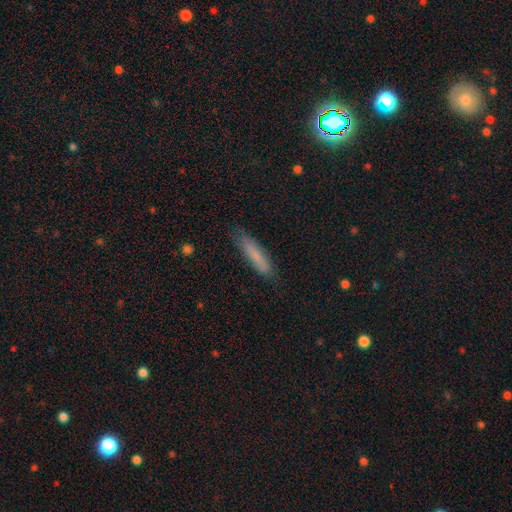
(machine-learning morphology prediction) Smooth or featured? smooth (76%)
How rounded? cigar-shaped (83%)
Merging? none (81%)